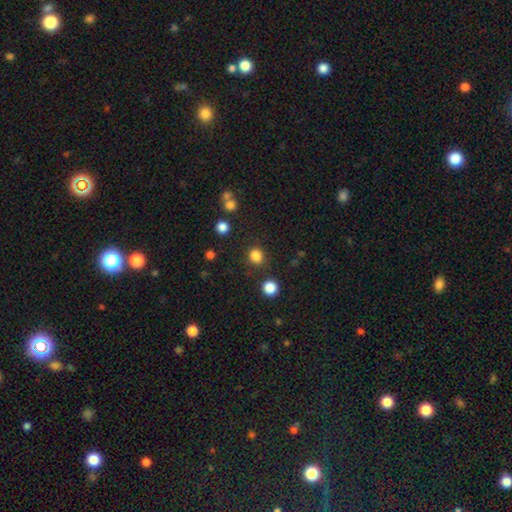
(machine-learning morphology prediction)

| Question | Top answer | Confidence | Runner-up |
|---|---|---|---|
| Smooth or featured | smooth | 83% | star or artifact (13%) |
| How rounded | round | 74% | in between (25%) |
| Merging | none | 83% | minor disturbance (10%) |